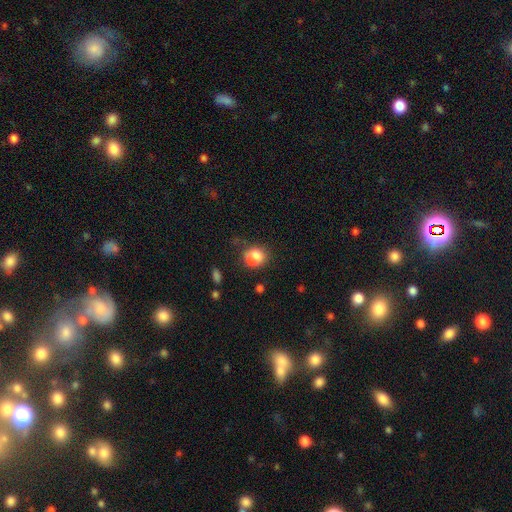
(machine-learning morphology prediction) Overall: smooth (79%). How rounded: round (59%; in between 40%). Merging: none (49%; minor disturbance 23%).